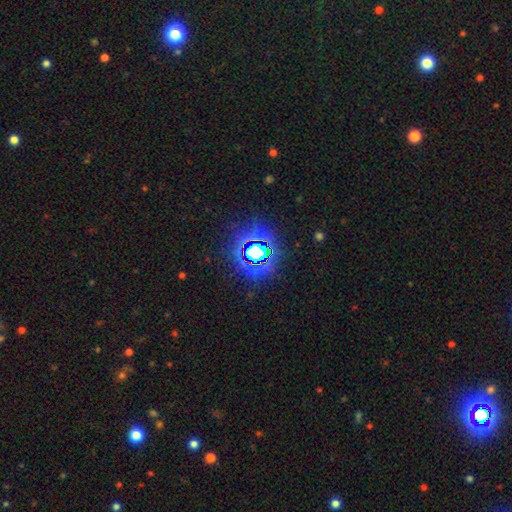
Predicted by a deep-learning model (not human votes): Overall: star or artifact (79%).